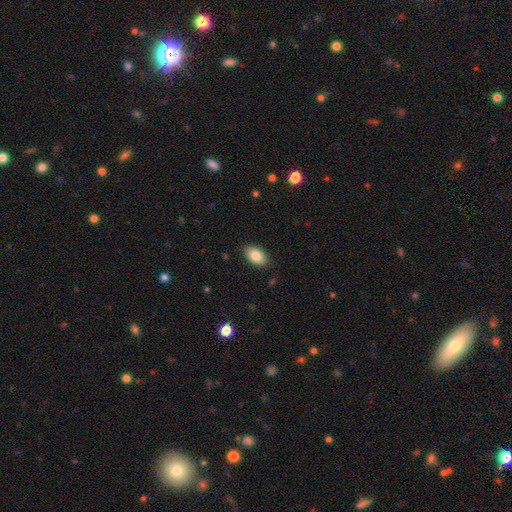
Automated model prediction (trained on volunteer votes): Q: Smooth or featured?
A: smooth (85%); runner-up: featured or disk (8%)
Q: How rounded?
A: in between (92%); runner-up: round (6%)
Q: Merging?
A: none (87%); runner-up: minor disturbance (10%)